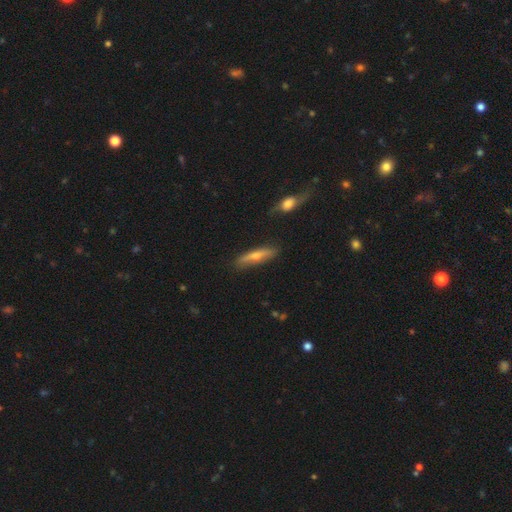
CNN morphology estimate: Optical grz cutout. It shows a smooth galaxy with no disk features (47%). Merging: none (81%).